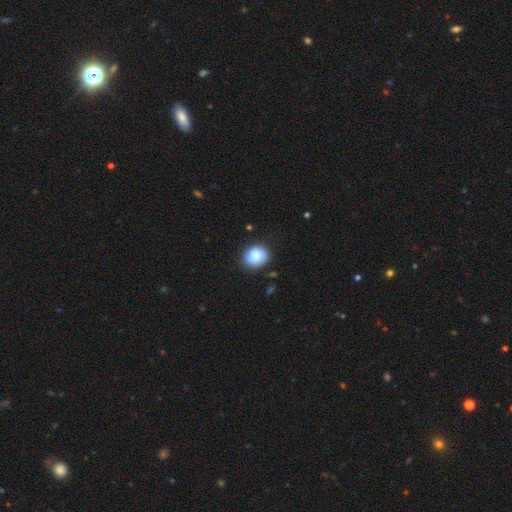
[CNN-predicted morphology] smooth_or_featured: smooth (p=0.73) [alt: featured or disk p=0.19]
how_rounded: round (p=0.72) [alt: in between p=0.27]
merging: none (p=0.79) [alt: minor disturbance p=0.15]